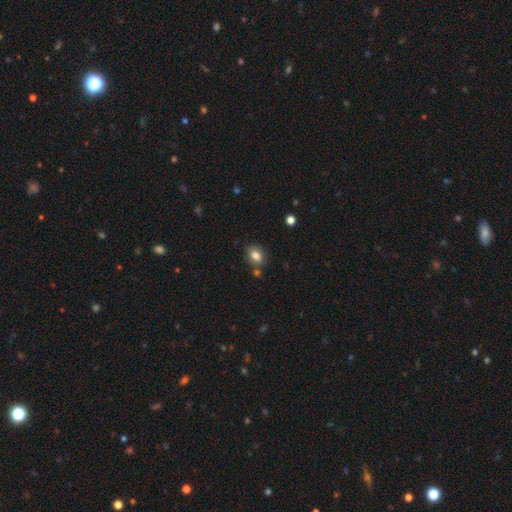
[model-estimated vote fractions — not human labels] Overall: smooth (83%). How rounded: in between (66%; round 33%). Merging: none (75%).